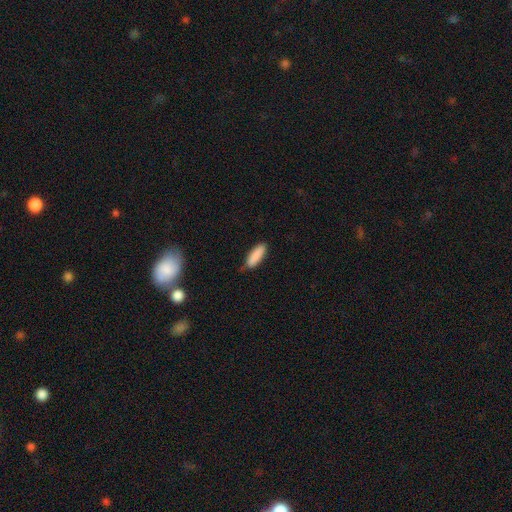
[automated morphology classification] Overall: smooth (89%). How rounded: in between (52%; cigar-shaped 47%). Merging: none (78%).